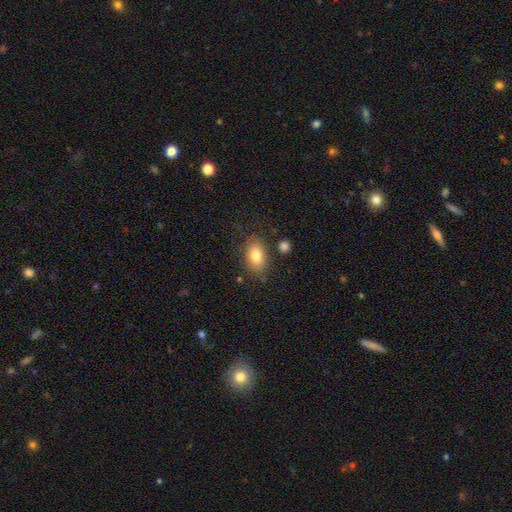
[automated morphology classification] Overall: smooth (82%). How rounded: in between (88%). Merging: none (78%).